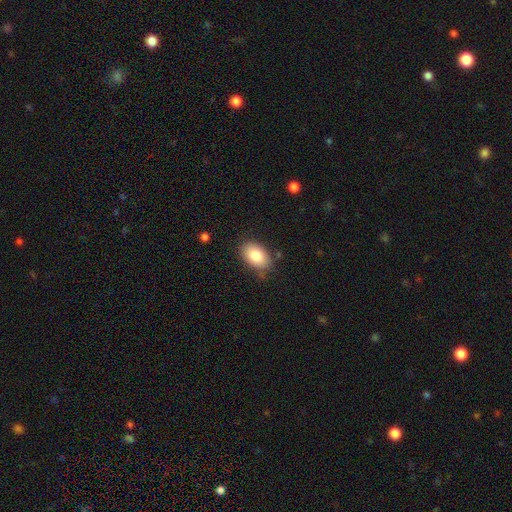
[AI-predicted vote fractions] smooth 83%, featured or disk 10%, star or artifact 7%. Down the decision tree: how rounded — in between (90%); merging — none (82%).